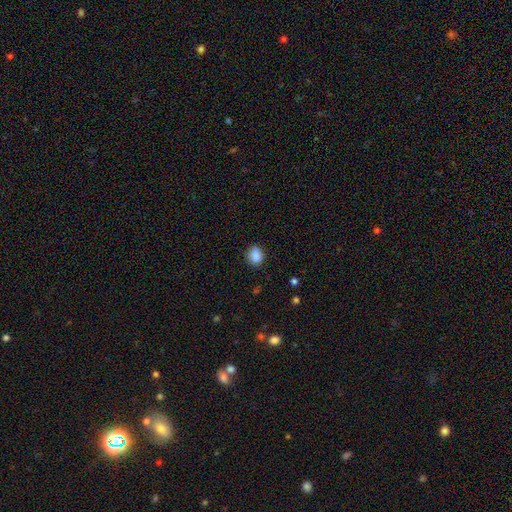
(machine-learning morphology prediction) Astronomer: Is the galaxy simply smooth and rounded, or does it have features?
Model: smooth — 87%.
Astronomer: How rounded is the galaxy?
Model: round — 56% (runner-up: in between, 43%).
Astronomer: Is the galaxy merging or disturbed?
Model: none — 75%.